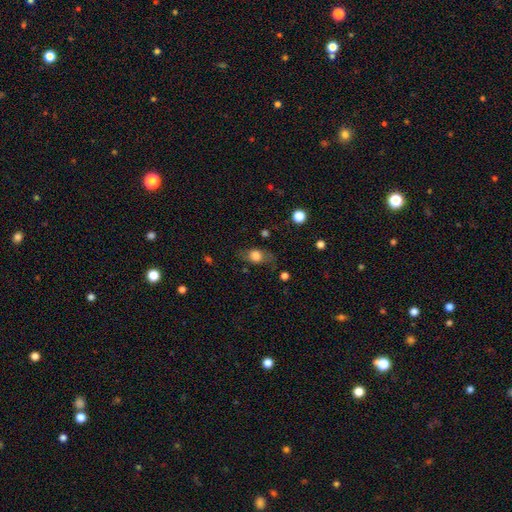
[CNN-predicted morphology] Smooth or featured?
  - smooth: 66% *
  - featured or disk: 24%
  - star or artifact: 10%
How rounded?
  - in between: 58% *
  - round: 38%
  - cigar-shaped: 4%
Merging?
  - none: 64% *
  - minor disturbance: 22%
  - major disturbance: 12%
  - merger: 2%